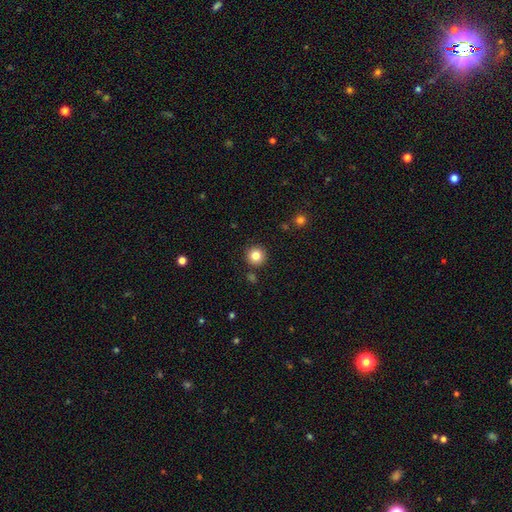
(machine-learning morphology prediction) Smooth or featured? Predicted: smooth (p=0.84). How rounded? Predicted: round (p=0.95). Merging? Predicted: none (p=0.90).